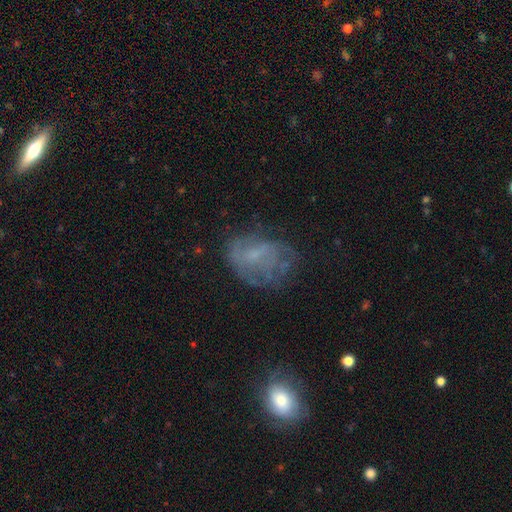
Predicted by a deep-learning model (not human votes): featured or disk 52%, smooth 34%, star or artifact 14%. Down the decision tree: edge-on disk — no (97%); merging — none (51%).